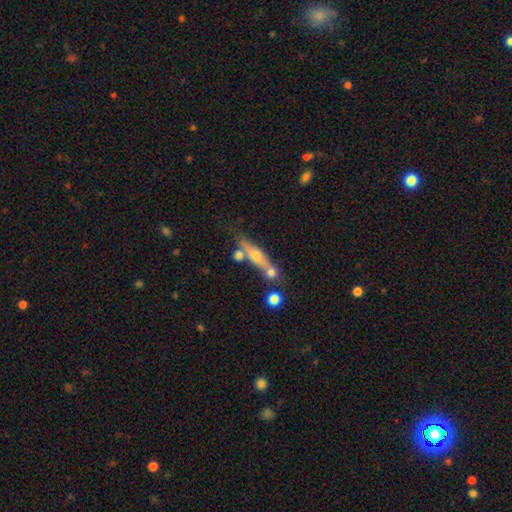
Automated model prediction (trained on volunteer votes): Morphology: type=featured or disk (49%); merging=none (55%).